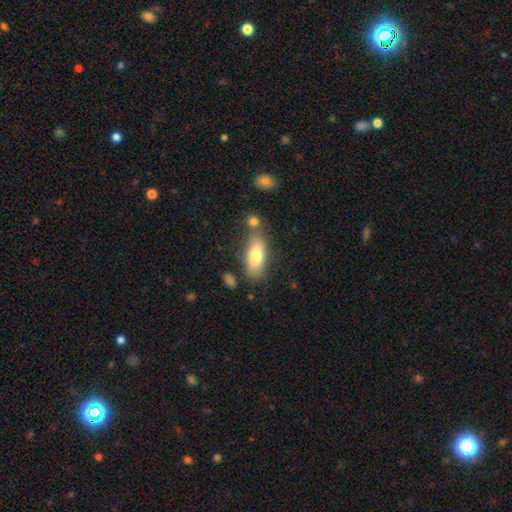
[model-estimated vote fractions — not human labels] This is likely a smooth galaxy (75%). How rounded: clearly in between (81%). Merging: likely none (68%).